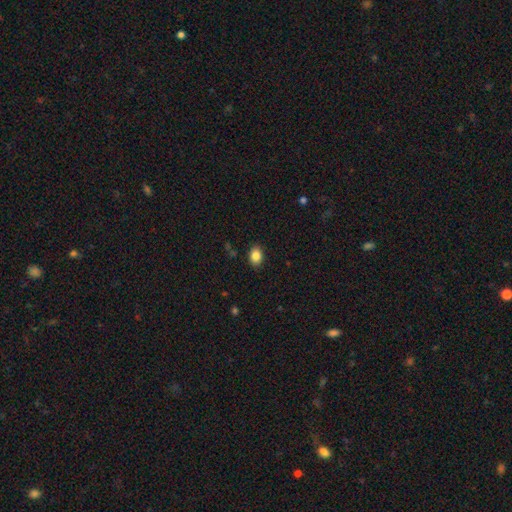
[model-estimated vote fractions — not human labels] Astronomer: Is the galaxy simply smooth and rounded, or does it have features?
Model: smooth — 86%.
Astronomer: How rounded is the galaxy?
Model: in between — 70%.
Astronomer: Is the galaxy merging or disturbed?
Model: none — 87%.